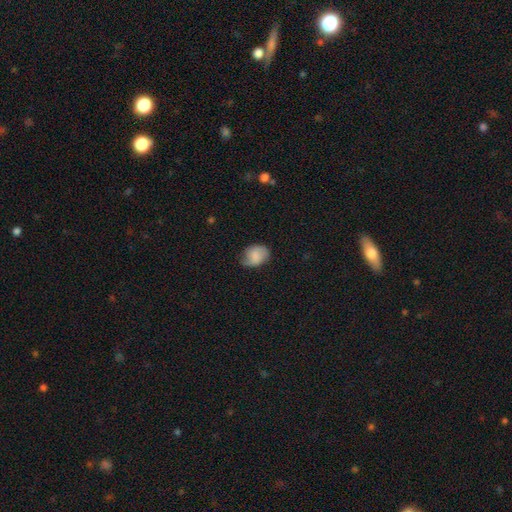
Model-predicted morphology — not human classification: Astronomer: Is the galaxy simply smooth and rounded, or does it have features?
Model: smooth — 79%.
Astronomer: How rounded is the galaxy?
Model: in between — 67%.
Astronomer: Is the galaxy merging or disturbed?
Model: none — 64%.